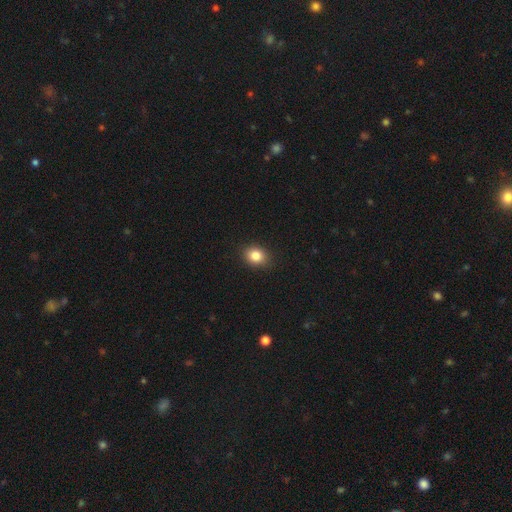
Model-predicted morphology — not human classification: Overall: smooth (84%). How rounded: round (50%; in between 49%). Merging: none (89%).